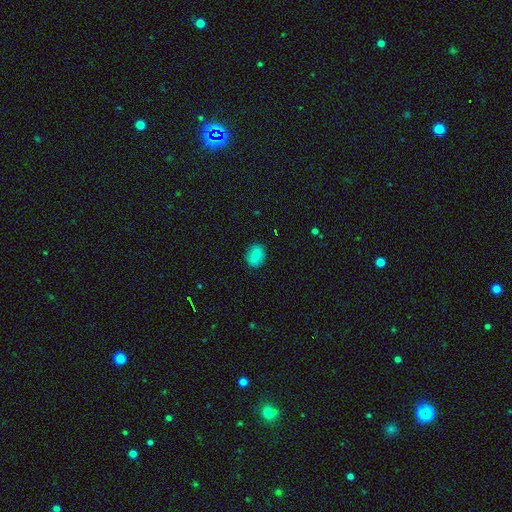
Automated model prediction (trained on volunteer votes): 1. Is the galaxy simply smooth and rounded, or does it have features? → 80% smooth, 11% featured or disk, 9% star or artifact.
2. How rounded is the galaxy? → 54% round, 45% in between, 1% cigar-shaped.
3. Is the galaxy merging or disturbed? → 87% none, 9% minor disturbance, 2% major disturbance, 1% merger.